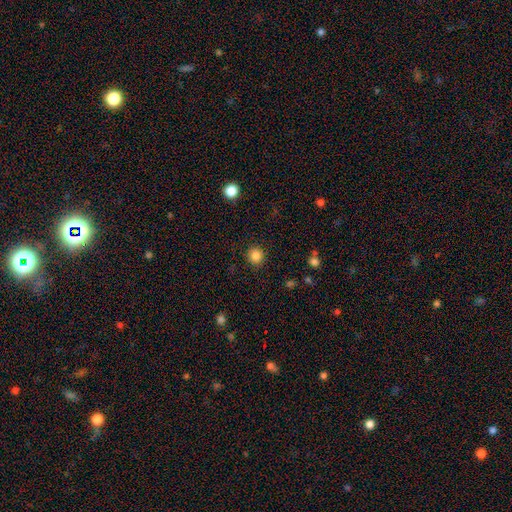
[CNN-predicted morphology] Overall: smooth (84%). How rounded: round (92%). Merging: none (90%).